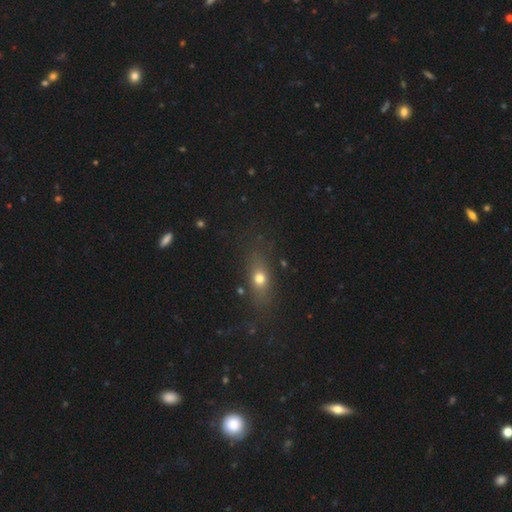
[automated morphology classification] The model was most divided on "smooth or featured": smooth: 44%, star or artifact: 33%, featured or disk: 22%. More confident: merging — none (75%).